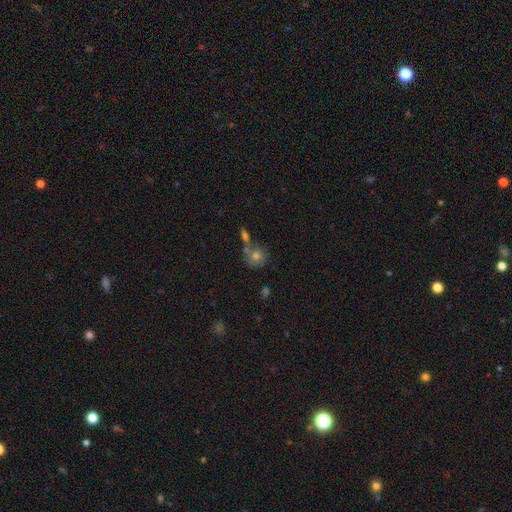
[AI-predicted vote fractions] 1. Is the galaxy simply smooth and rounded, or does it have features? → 65% smooth, 18% featured or disk, 17% star or artifact.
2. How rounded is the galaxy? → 82% round, 16% in between, 2% cigar-shaped.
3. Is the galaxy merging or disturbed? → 53% none, 30% merger, 12% minor disturbance, 5% major disturbance.